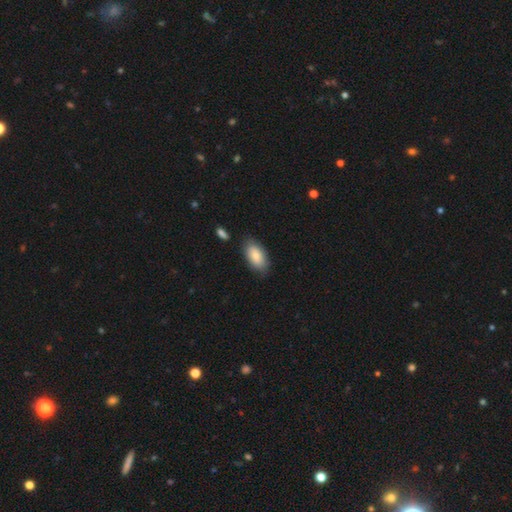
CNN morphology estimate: Smooth or featured? smooth (83%)
How rounded? in between (93%)
Merging? none (79%)